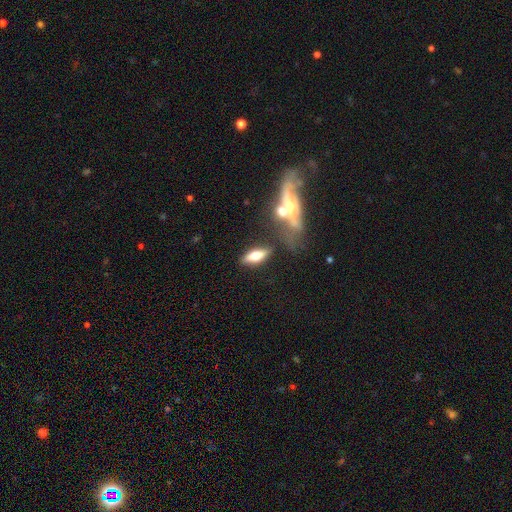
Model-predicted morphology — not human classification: This appears to be a smooth galaxy with no disk features (50%) that is in between round and cigar-shaped (57%). Merging: none (71%).